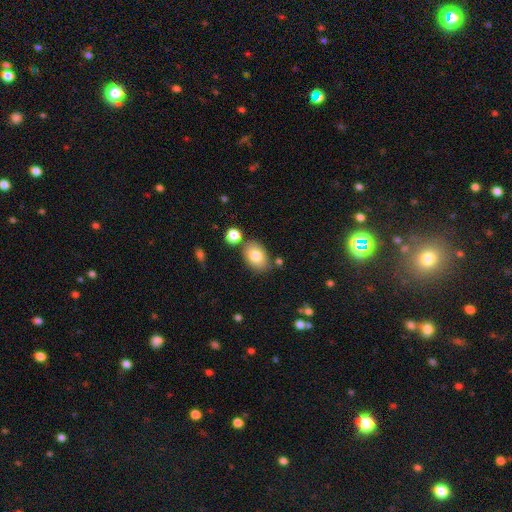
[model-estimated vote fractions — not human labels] Morphology: type=smooth (80%); roundness=in between (79%); merging=none (77%).